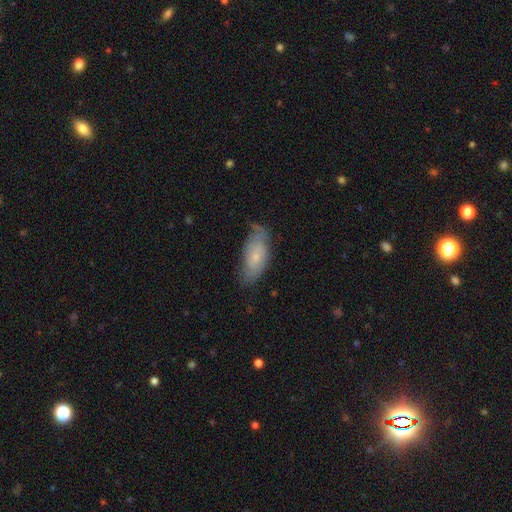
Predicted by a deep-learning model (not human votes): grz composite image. It shows a smooth galaxy with no disk features (57%) that is in between round and cigar-shaped (82%). Merging: none (59%).